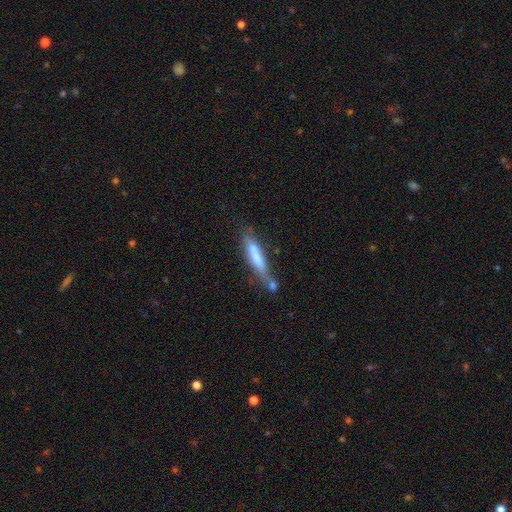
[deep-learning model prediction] This is possibly a smooth galaxy (57%). How rounded: clearly cigar-shaped (84%). Merging: marginally none (42%).